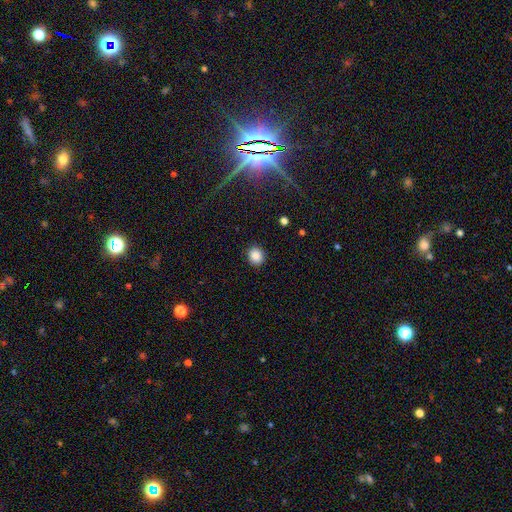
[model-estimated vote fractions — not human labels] Smooth or featured?
  - smooth: 87% *
  - star or artifact: 10%
  - featured or disk: 3%
How rounded?
  - round: 81% *
  - in between: 18%
  - cigar-shaped: 1%
Merging?
  - none: 91% *
  - minor disturbance: 6%
  - major disturbance: 2%
  - merger: 1%